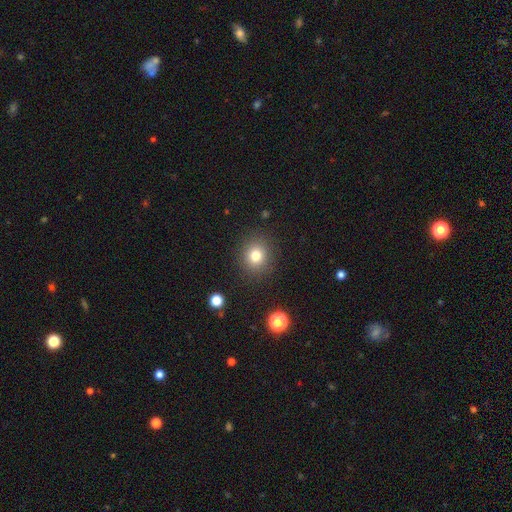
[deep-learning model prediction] The model was most divided on "how rounded": round: 82%, in between: 17%, cigar-shaped: 1%. More confident: merging — none (88%); smooth or featured — smooth (80%).